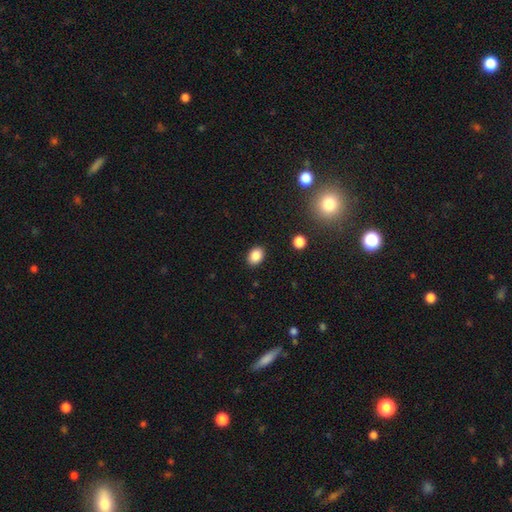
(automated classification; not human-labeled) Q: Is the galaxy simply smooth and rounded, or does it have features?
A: smooth — 87%.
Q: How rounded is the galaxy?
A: in between — 69%.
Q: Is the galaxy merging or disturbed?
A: none — 89%.